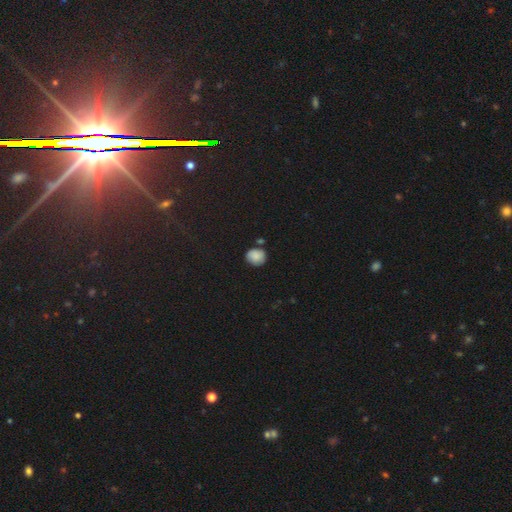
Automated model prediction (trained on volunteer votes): smooth 86%, star or artifact 9%, featured or disk 5%. Down the decision tree: how rounded — round (76%); merging — none (75%).